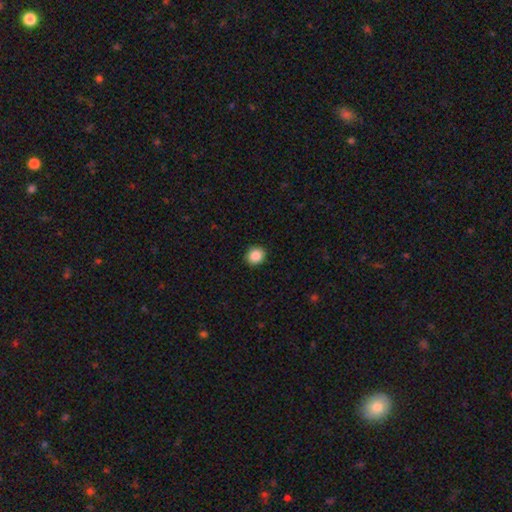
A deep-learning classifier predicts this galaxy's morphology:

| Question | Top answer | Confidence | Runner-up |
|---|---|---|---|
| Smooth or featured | smooth | 87% | star or artifact (9%) |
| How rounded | round | 82% | in between (17%) |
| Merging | none | 92% | minor disturbance (6%) |